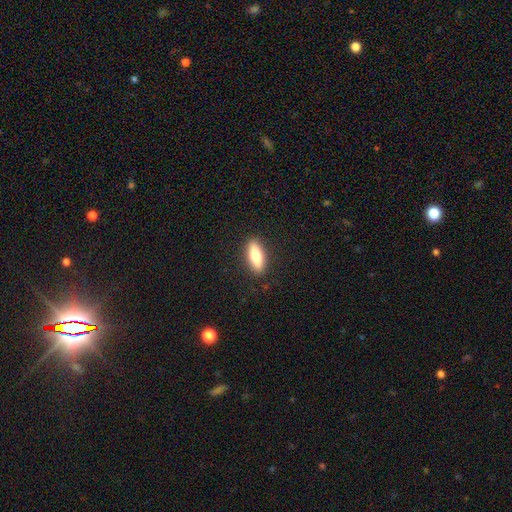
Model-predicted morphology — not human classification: Q: Smooth or featured?
A: smooth (73%); runner-up: featured or disk (20%)
Q: How rounded?
A: in between (58%); runner-up: cigar-shaped (40%)
Q: Merging?
A: none (88%); runner-up: minor disturbance (9%)